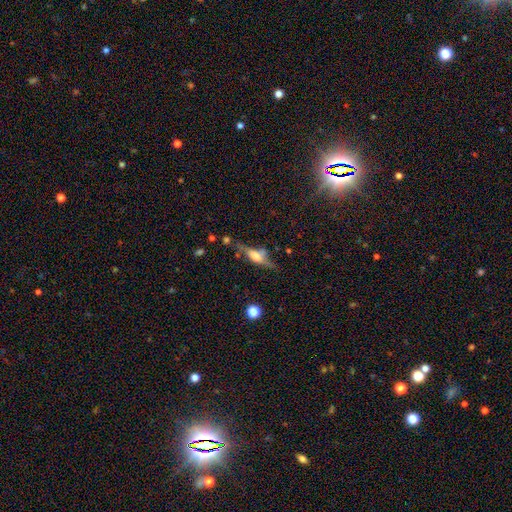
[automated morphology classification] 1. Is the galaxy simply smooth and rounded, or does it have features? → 63% featured or disk, 28% smooth, 9% star or artifact.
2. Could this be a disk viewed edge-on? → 88% yes, 12% no.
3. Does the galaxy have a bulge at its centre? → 72% rounded, 23% boxy, 4% none.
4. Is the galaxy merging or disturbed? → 62% none, 21% minor disturbance, 10% major disturbance, 6% merger.